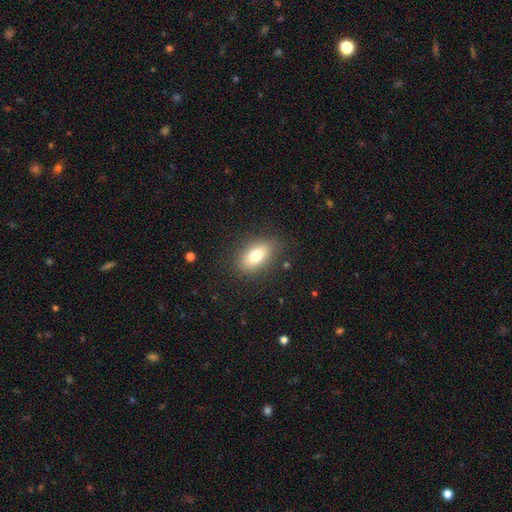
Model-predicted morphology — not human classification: type=smooth (76%); roundness=in between (86%); merging=none (84%).